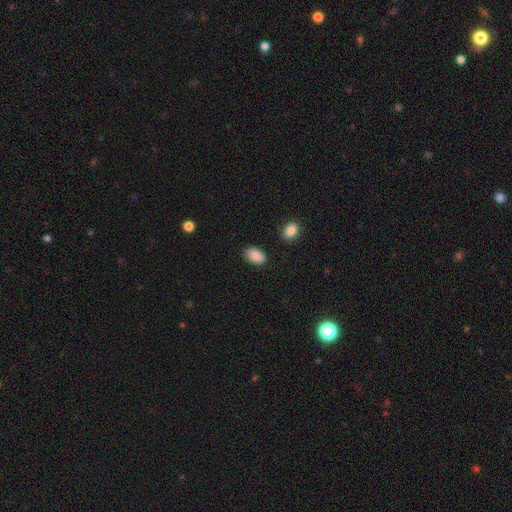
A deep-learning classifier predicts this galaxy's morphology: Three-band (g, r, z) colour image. It shows a smooth galaxy with no disk features (89%) that is in between round and cigar-shaped (91%). Merging: none (82%).